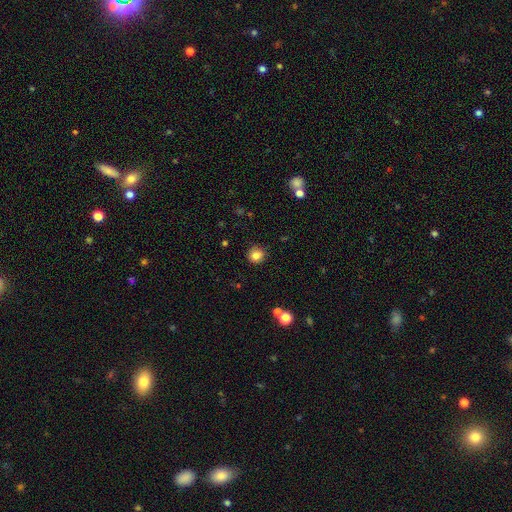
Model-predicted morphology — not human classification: Smooth or featured? smooth (82%)
How rounded? round (89%)
Merging? none (84%)